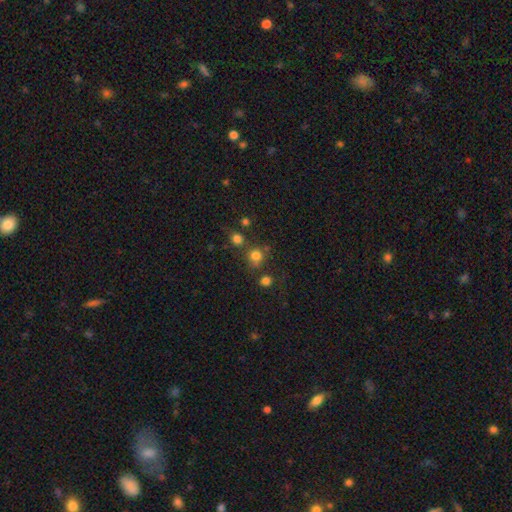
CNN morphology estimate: type=smooth (76%); roundness=round (87%); merging=none (66%).